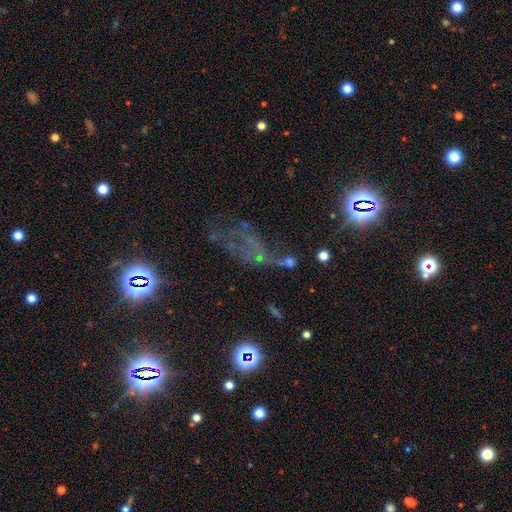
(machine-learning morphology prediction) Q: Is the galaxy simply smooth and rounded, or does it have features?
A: star or artifact — 47%.